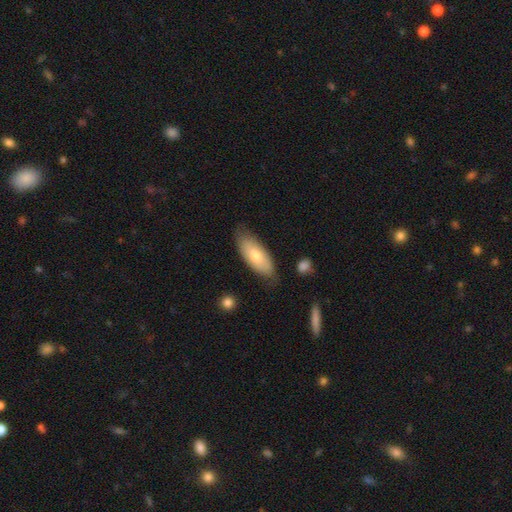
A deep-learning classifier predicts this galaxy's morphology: Q: Smooth or featured?
A: smooth (70%); runner-up: featured or disk (24%)
Q: How rounded?
A: in between (81%); runner-up: cigar-shaped (17%)
Q: Merging?
A: none (75%); runner-up: minor disturbance (19%)